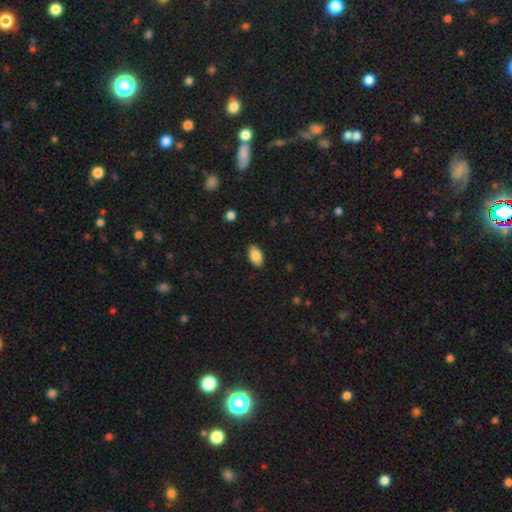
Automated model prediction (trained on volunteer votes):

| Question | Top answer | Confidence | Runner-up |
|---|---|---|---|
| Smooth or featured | smooth | 86% | star or artifact (7%) |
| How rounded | in between | 93% | round (5%) |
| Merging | none | 88% | minor disturbance (9%) |